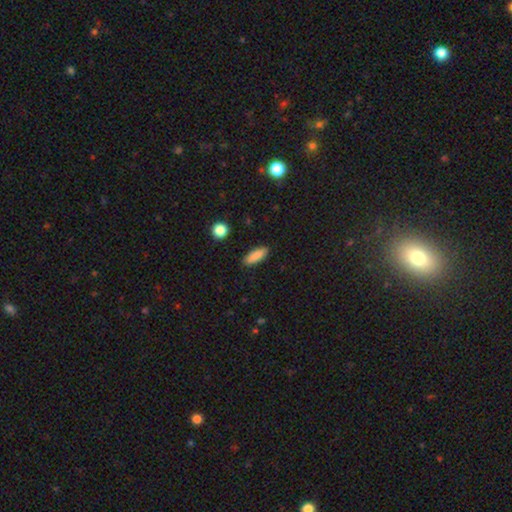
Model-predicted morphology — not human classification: Smooth or featured? Predicted: smooth (p=0.87). How rounded? Predicted: in between (p=0.67). Merging? Predicted: none (p=0.88).